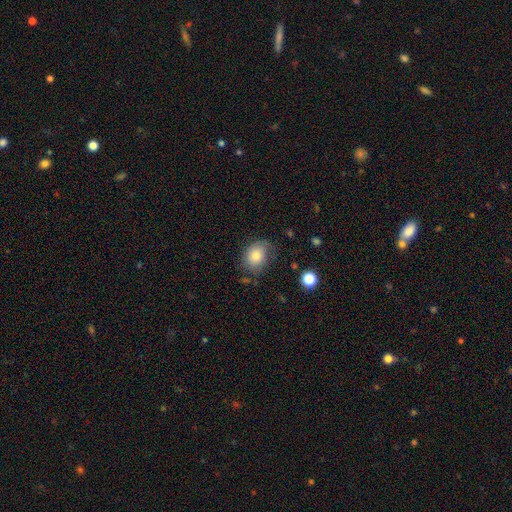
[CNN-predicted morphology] smooth 75%, featured or disk 16%, star or artifact 9%. Down the decision tree: how rounded — in between (62%); merging — none (59%).